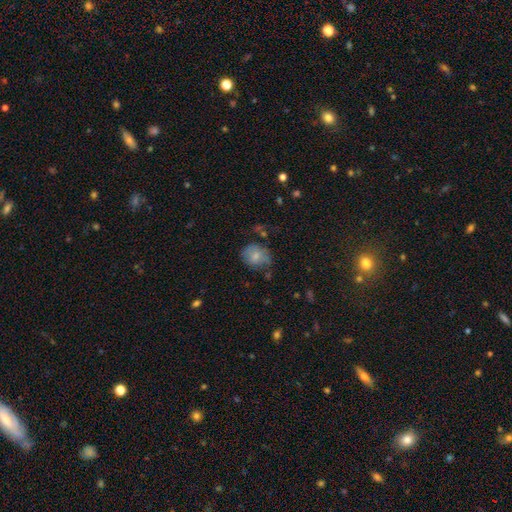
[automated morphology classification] This appears to be a smooth galaxy with no disk features (73%) that is round (60%). Merging: none (61%).